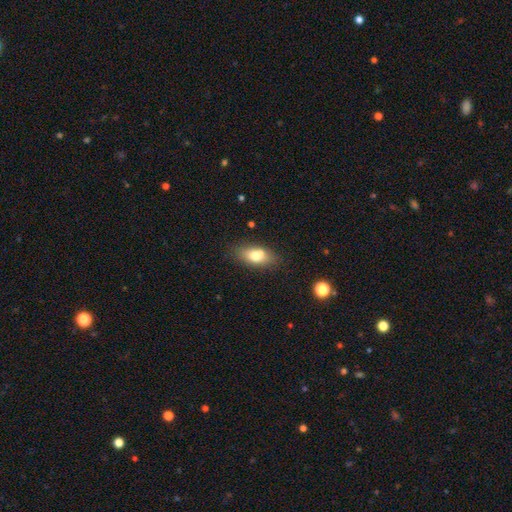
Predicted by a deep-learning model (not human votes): A smooth galaxy with no disk features (71%) that is in between round and cigar-shaped (82%). Merging: none (68%).